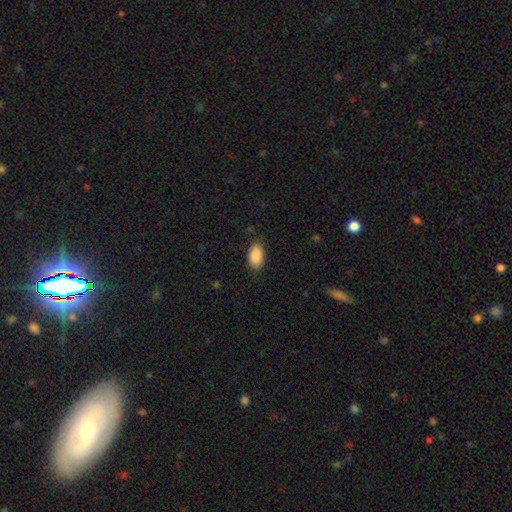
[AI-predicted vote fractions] smooth 90%, star or artifact 7%, featured or disk 4%. Down the decision tree: how rounded — in between (94%); merging — none (83%).